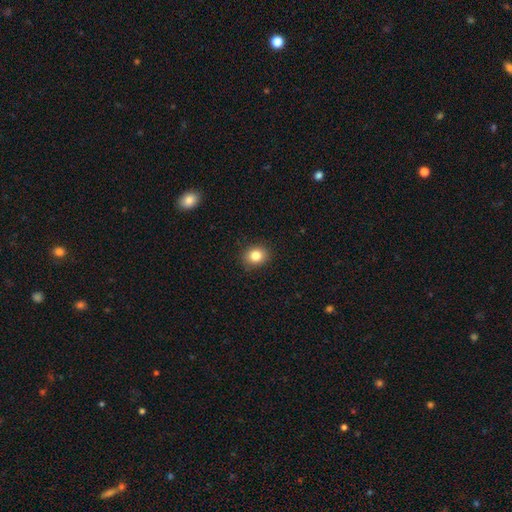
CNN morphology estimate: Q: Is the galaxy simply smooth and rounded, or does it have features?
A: smooth — 83%.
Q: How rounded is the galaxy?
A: round — 64%.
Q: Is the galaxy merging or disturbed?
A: none — 89%.